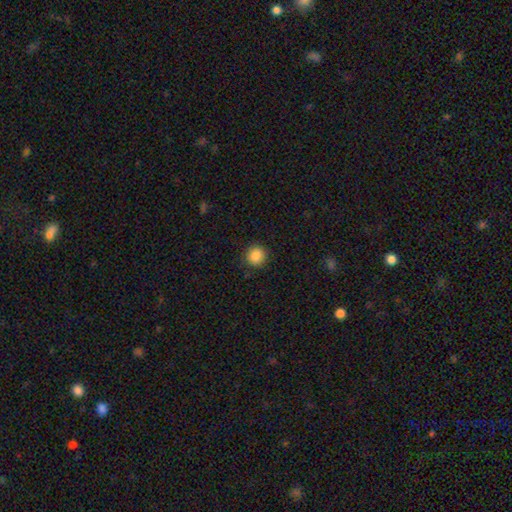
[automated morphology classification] Smooth or featured? smooth (87%)
How rounded? round (92%)
Merging? none (91%)